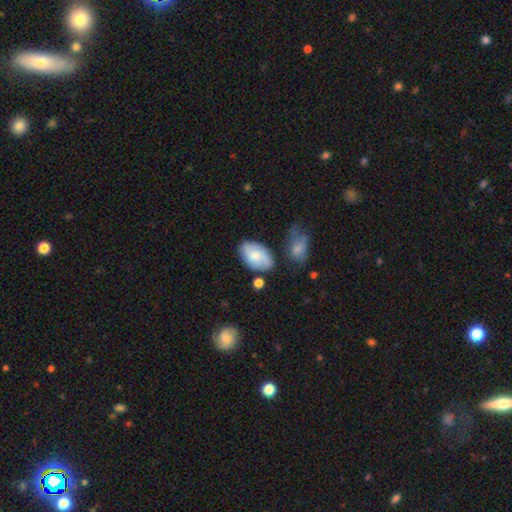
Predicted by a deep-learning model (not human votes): The model was most divided on "merging": none: 67%, minor disturbance: 21%, merger: 7%, major disturbance: 5%. More confident: how rounded — in between (93%); smooth or featured — smooth (70%).